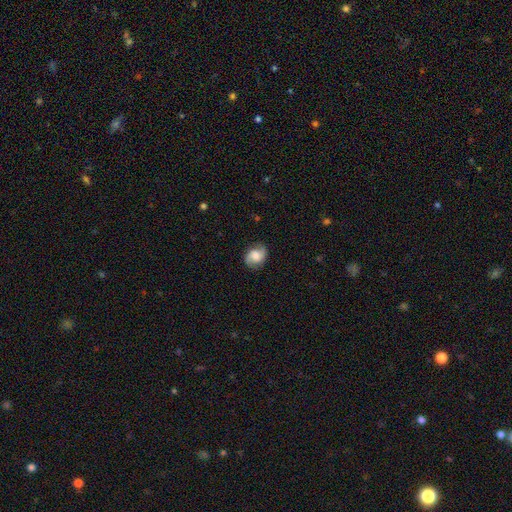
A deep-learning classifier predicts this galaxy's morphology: This is possibly a featured or disk galaxy (59%). It is clearly not viewed edge-on (97%). Bar: possibly no (56%). Spiral arm pattern: clearly yes (93%). Spiral arm count: clearly 2 (89%). Spiral winding: marginally loose (41%, tied with medium). Central bulge: marginally moderate (42%). Merging: clearly none (81%).